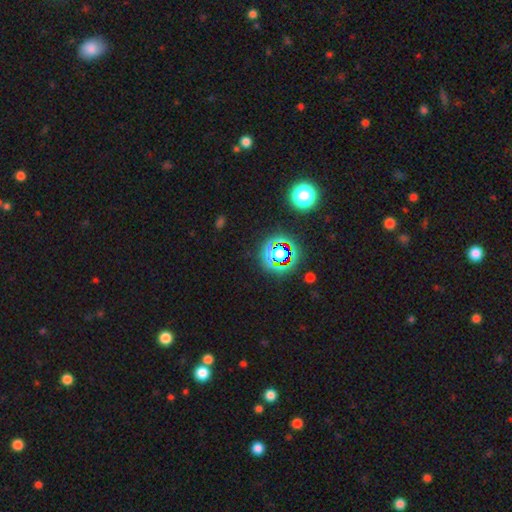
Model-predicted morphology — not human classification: A star or artifact, not a galaxy (78%).